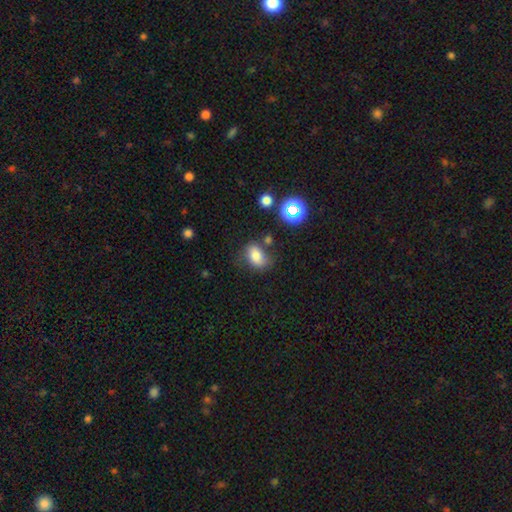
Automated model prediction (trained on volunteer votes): Overall: smooth (74%). How rounded: in between (81%). Merging: none (58%; minor disturbance 24%).